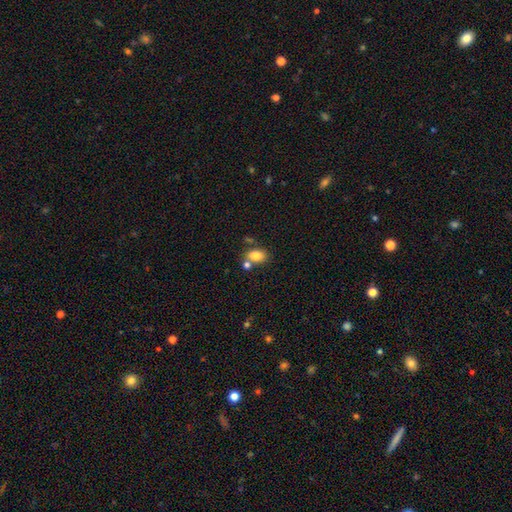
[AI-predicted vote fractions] smooth 82%, star or artifact 9%, featured or disk 9%. Down the decision tree: how rounded — in between (83%); merging — none (60%).